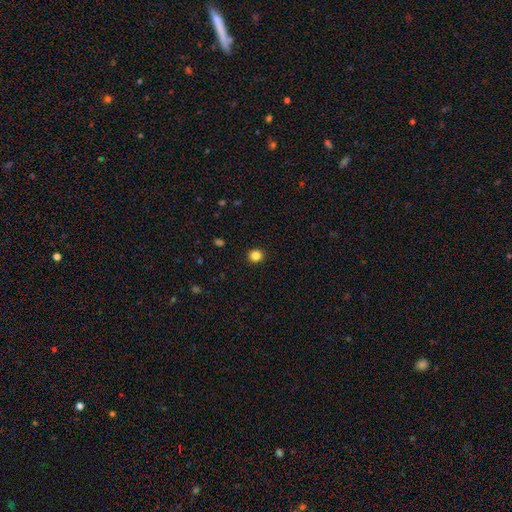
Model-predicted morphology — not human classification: The model was most divided on "smooth or featured": smooth: 83%, star or artifact: 12%, featured or disk: 4%. More confident: merging — none (92%); how rounded — round (90%).